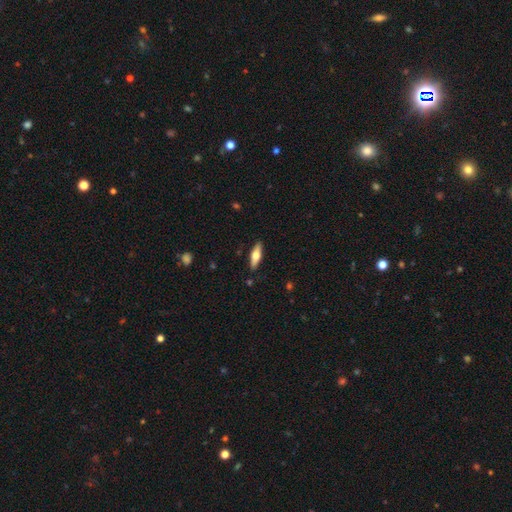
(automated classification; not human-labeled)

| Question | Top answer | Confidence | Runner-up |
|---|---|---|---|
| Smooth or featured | smooth | 54% | featured or disk (41%) |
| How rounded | cigar-shaped | 55% | in between (42%) |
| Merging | none | 89% | minor disturbance (8%) |